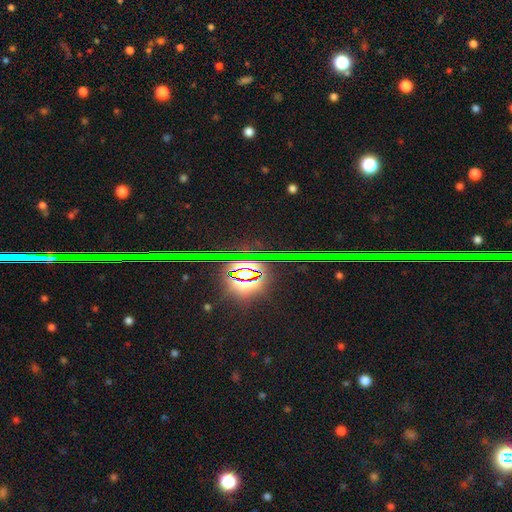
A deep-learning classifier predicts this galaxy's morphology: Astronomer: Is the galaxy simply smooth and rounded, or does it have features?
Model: star or artifact — 81%.